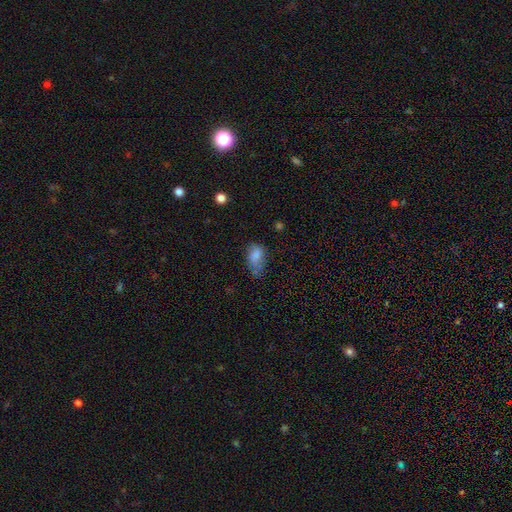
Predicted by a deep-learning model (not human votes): The model was most divided on "merging": none: 46%, minor disturbance: 35%, major disturbance: 14%, merger: 4%. More confident: how rounded — in between (88%); smooth or featured — smooth (79%).